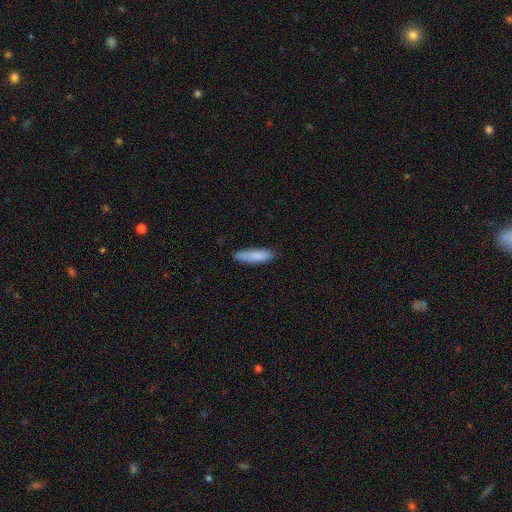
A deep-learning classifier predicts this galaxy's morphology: type=smooth (86%); roundness=cigar-shaped (63%); merging=none (80%).